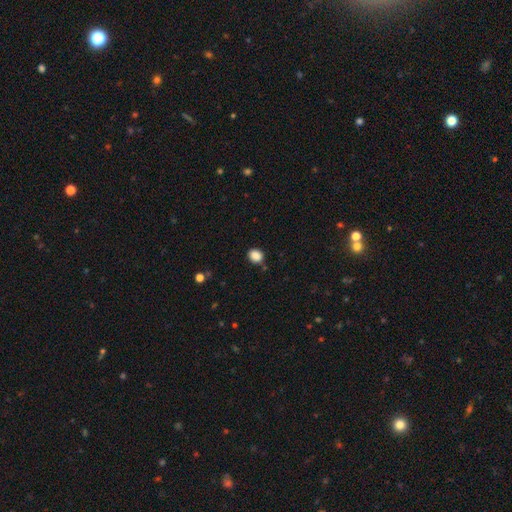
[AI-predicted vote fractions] smooth 87%, star or artifact 10%, featured or disk 3%. Down the decision tree: how rounded — round (66%); merging — none (81%).